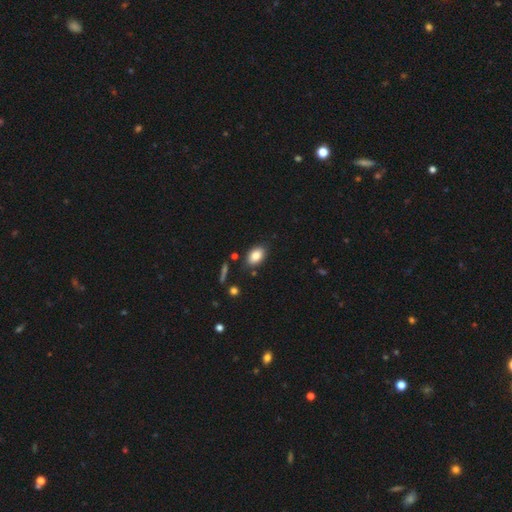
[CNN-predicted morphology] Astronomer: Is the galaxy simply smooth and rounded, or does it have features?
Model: smooth — 84%.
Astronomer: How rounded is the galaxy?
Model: in between — 88%.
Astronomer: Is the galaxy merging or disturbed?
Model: none — 82%.